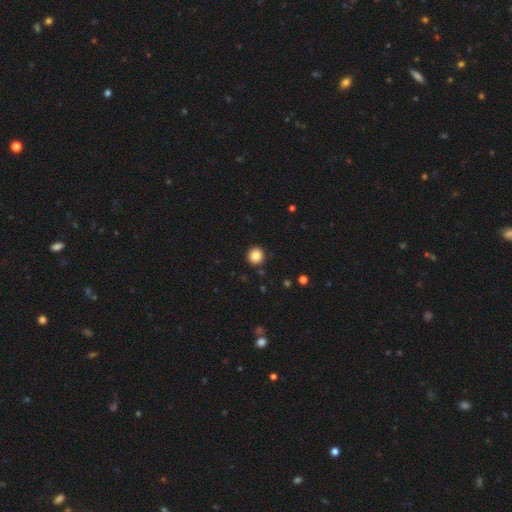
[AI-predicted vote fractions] A smooth galaxy with no disk features (84%) that is round (95%).

Vote fractions:
- Smooth or featured? smooth: 84% / star or artifact: 10% / featured or disk: 5%
- How rounded? round: 95% / in between: 4% / cigar-shaped: 1%
- Merging? none: 93% / minor disturbance: 5% / major disturbance: 2% / merger: 1%